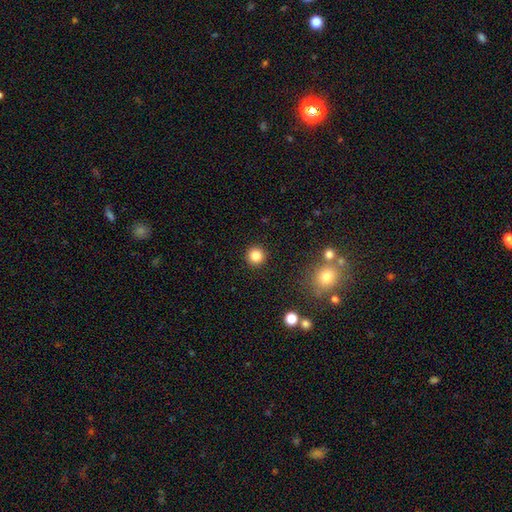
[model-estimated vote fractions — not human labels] This appears to be a smooth galaxy with no disk features (84%) that is round (95%). Merging: none (92%).